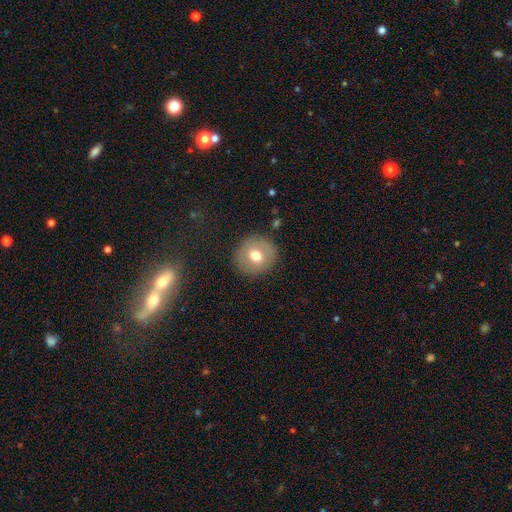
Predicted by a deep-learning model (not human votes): Overall: smooth (68%). How rounded: round (89%). Merging: none (88%).